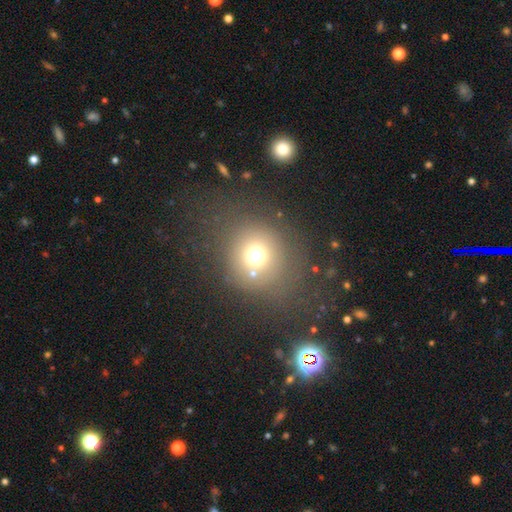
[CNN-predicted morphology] smooth_or_featured: smooth (p=0.67) [alt: star or artifact p=0.22]
how_rounded: round (p=0.88) [alt: in between p=0.11]
merging: none (p=0.74) [alt: minor disturbance p=0.11]